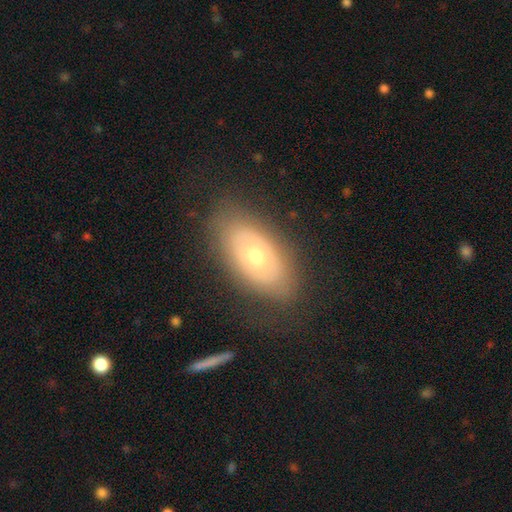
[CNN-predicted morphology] This appears to be a featured or disk galaxy (47%). Merging: none (79%).